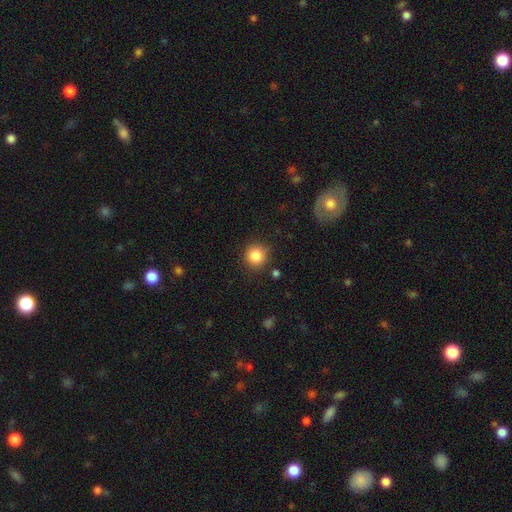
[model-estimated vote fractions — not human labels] A smooth galaxy with no disk features (84%) that is round (94%). Merging: none (88%).